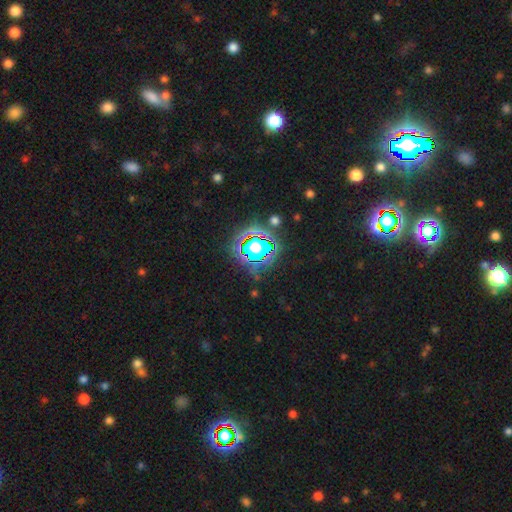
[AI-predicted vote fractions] Q: Smooth or featured?
A: star or artifact (77%); runner-up: smooth (14%)